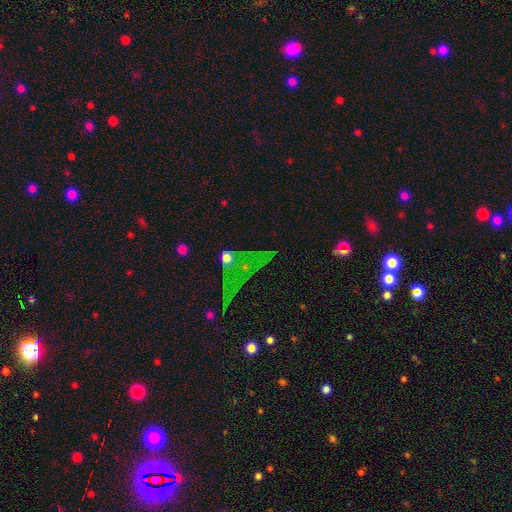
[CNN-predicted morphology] Overall: star or artifact (62%).